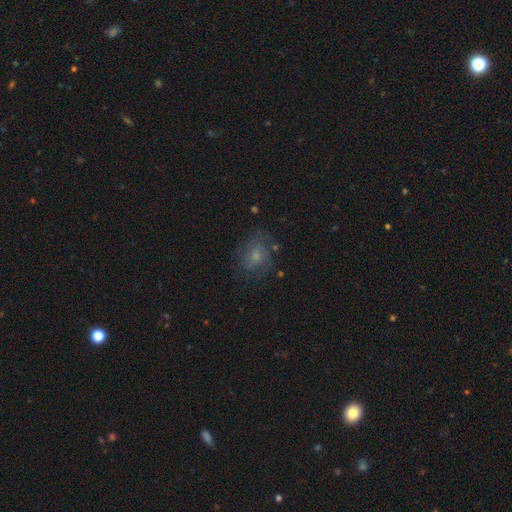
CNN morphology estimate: Overall: smooth (47%; featured or disk 38%). Merging: none (66%).